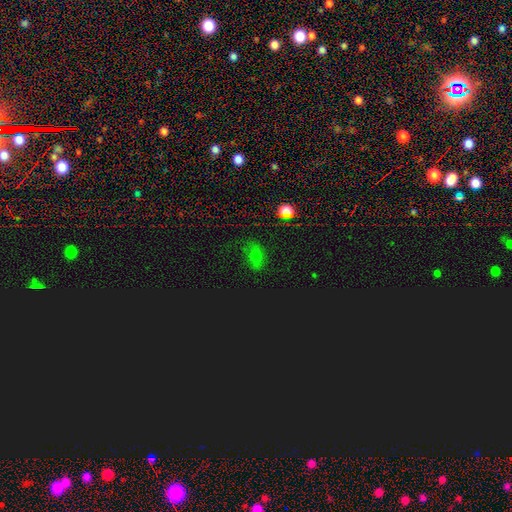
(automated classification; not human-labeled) smooth-or-featured: smooth: 52% | star or artifact: 34% | featured or disk: 15%
  how-rounded: in between: 65% | round: 33% | cigar-shaped: 2%
  merging: none: 72% | minor disturbance: 18% | major disturbance: 7% | merger: 2%